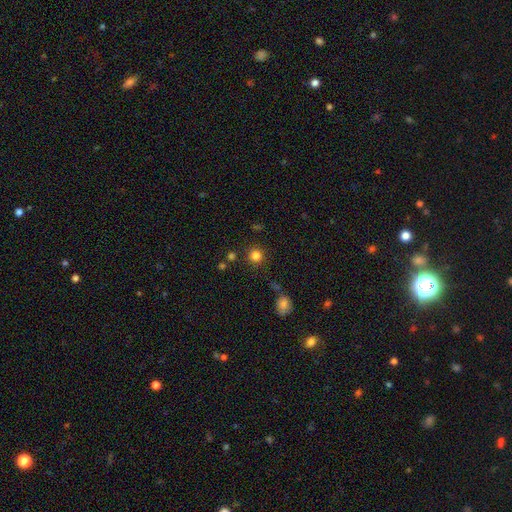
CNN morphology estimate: Smooth or featured: smooth — 82% (star or artifact — 13%)
How rounded: round — 93% (in between — 6%)
Merging: none — 86% (minor disturbance — 7%)